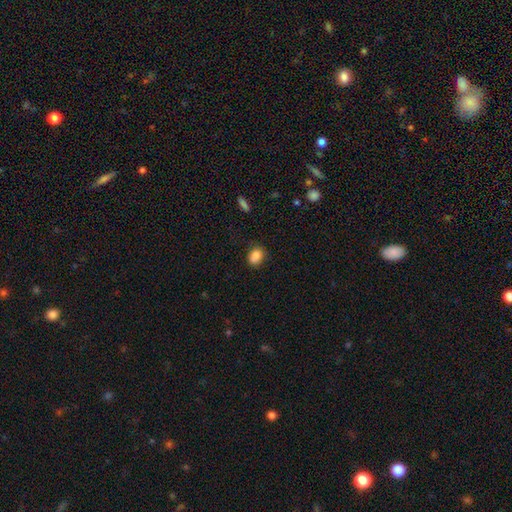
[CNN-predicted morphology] A smooth galaxy with no disk features (84%) that is in between round and cigar-shaped (57%). Merging: none (79%).